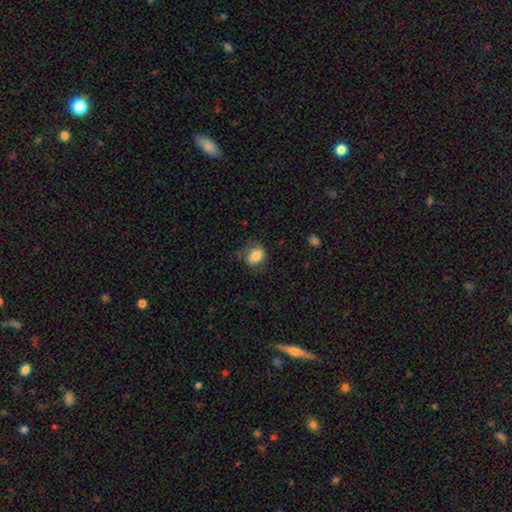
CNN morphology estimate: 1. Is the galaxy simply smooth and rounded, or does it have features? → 81% smooth, 10% featured or disk, 8% star or artifact.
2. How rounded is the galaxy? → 70% in between, 28% round, 1% cigar-shaped.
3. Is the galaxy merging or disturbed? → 65% none, 24% minor disturbance, 9% major disturbance, 2% merger.